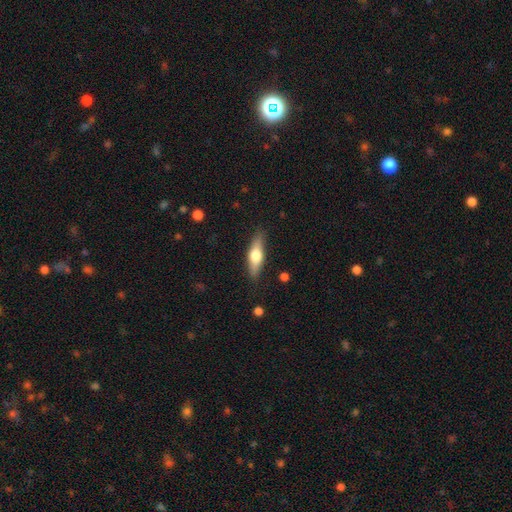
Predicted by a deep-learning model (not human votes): smooth 55%, featured or disk 40%, star or artifact 6%. Down the decision tree: how rounded — cigar-shaped (52%); merging — none (86%).